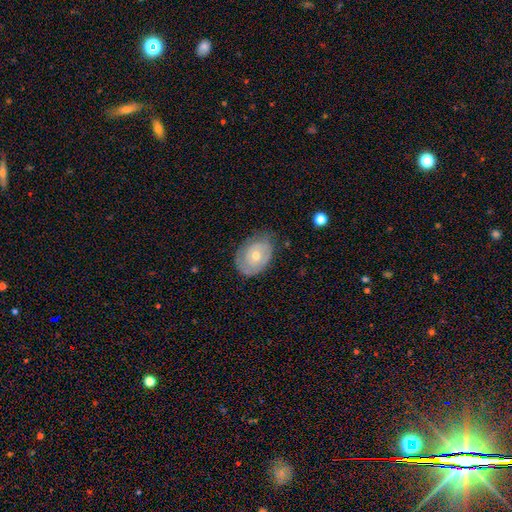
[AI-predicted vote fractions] A featured or disk galaxy (60%) with no bar (84%), spiral arms (60%) and a moderate central bulge (56%).

Vote fractions:
- Smooth or featured? featured or disk: 60% / smooth: 34% / star or artifact: 7%
- Edge-on disk? no: 95% / yes: 5%
- Bar? no: 84% / weak: 14% / strong: 3%
- Spiral arms? yes: 60% / no: 40%
- Bulge size? moderate: 56% / small: 41% / large: 2% / none: 1% / dominant: 1%
- Merging? none: 69% / minor disturbance: 23% / major disturbance: 7% / merger: 1%